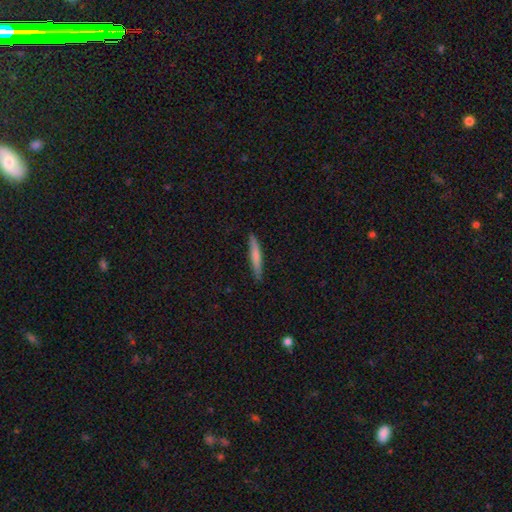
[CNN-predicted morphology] smooth-or-featured: smooth: 70% | featured or disk: 24% | star or artifact: 6%
  how-rounded: cigar-shaped: 94% | in between: 5% | round: 1%
  merging: none: 87% | minor disturbance: 10% | major disturbance: 2% | merger: 1%